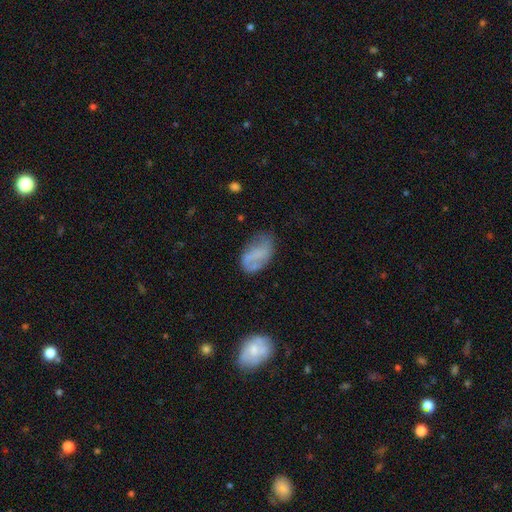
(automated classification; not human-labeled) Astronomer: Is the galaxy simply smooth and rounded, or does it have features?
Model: smooth — 51% (runner-up: featured or disk, 40%).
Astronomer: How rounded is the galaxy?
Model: in between — 92%.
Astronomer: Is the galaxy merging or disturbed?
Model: none — 50% (runner-up: minor disturbance, 30%).